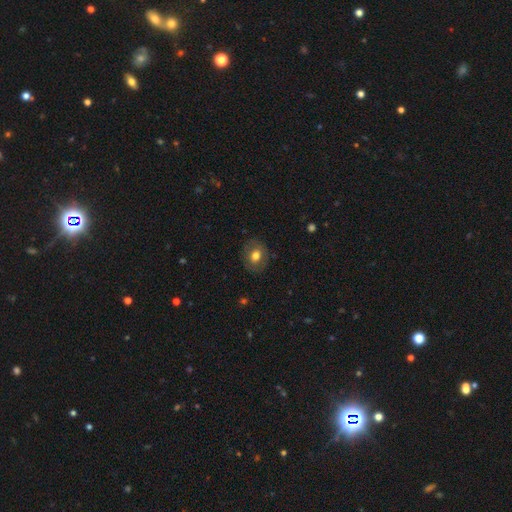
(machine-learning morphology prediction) smooth-or-featured: smooth: 72% | featured or disk: 19% | star or artifact: 9%
  how-rounded: round: 61% | in between: 39% | cigar-shaped: 1%
  merging: none: 85% | minor disturbance: 11% | major disturbance: 3% | merger: 1%